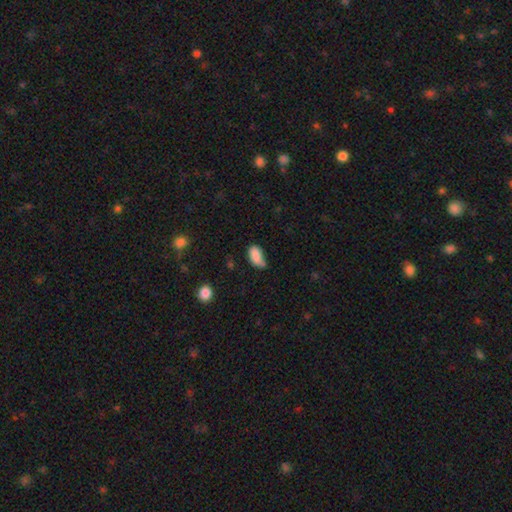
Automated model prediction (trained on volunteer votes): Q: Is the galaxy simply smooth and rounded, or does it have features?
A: smooth — 83%.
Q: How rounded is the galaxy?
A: in between — 91%.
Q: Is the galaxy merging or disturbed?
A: none — 41%.